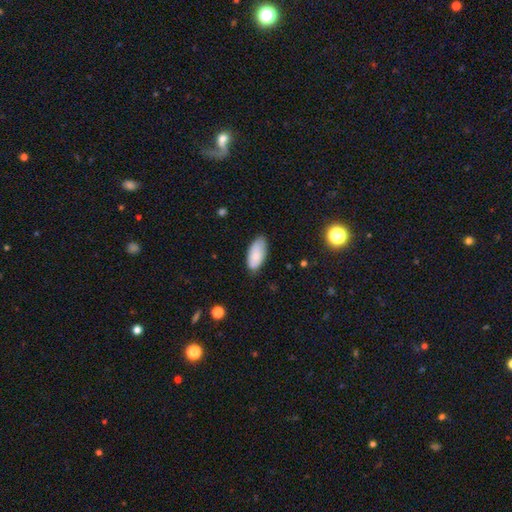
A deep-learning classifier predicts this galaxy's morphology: A smooth galaxy with no disk features (81%) that is in between round and cigar-shaped (92%).

Vote fractions:
- Smooth or featured? smooth: 81% / featured or disk: 12% / star or artifact: 6%
- How rounded? in between: 92% / cigar-shaped: 6% / round: 2%
- Merging? none: 75% / minor disturbance: 20% / major disturbance: 3% / merger: 1%